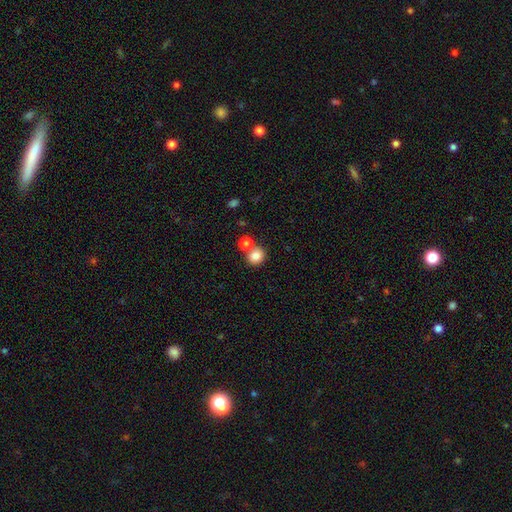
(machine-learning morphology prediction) This appears to be a smooth galaxy with no disk features (83%) that is round (81%). Merging: none (59%).